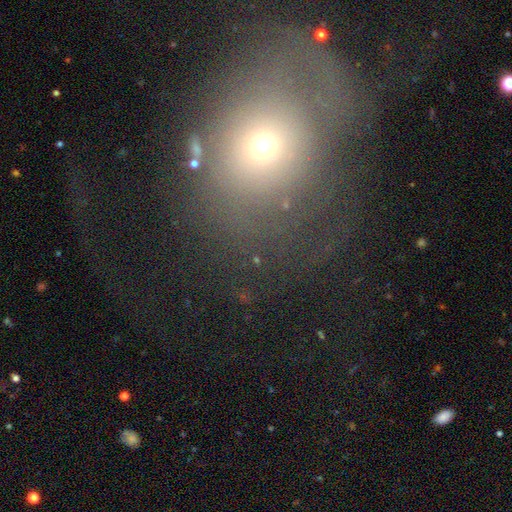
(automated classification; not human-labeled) A smooth galaxy with no disk features (53%) that is round (68%). Merging: none (43%).